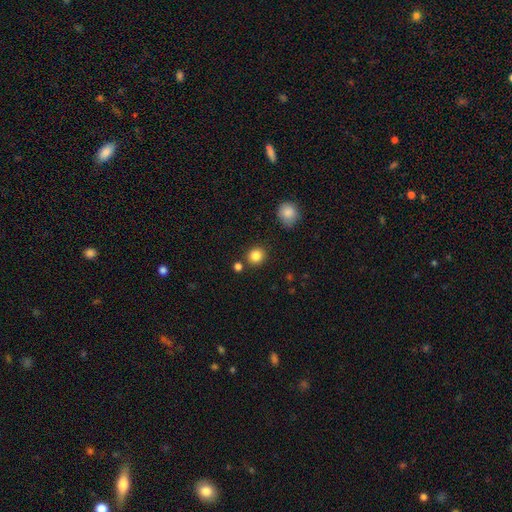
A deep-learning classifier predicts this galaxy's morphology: A smooth galaxy with no disk features (85%) that is round (86%).

Vote fractions:
- Smooth or featured? smooth: 85% / star or artifact: 11% / featured or disk: 4%
- How rounded? round: 86% / in between: 13% / cigar-shaped: 1%
- Merging? none: 84% / minor disturbance: 8% / merger: 6% / major disturbance: 3%